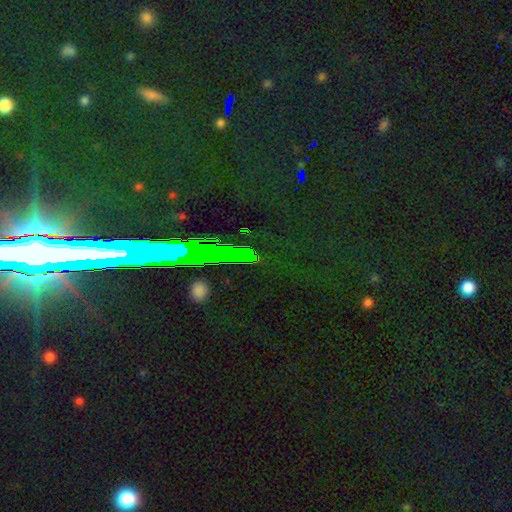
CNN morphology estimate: star or artifact 79%, featured or disk 12%, smooth 9%.